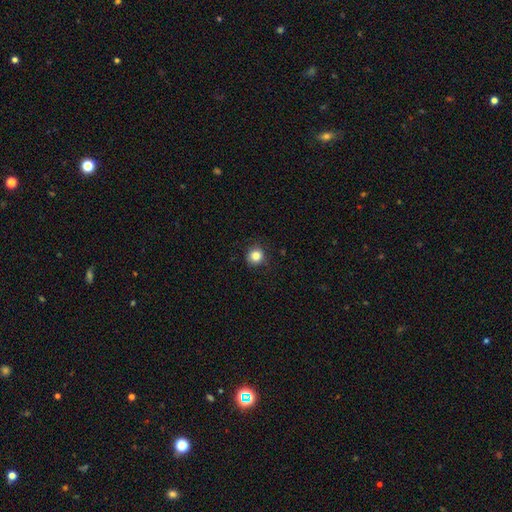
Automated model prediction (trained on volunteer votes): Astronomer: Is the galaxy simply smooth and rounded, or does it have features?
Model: smooth — 85%.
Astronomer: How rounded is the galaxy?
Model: round — 91%.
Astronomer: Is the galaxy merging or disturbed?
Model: none — 88%.